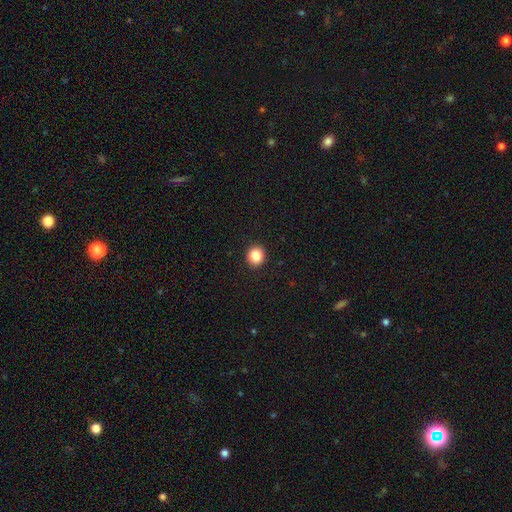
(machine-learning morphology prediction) Smooth or featured? smooth (85%)
How rounded? round (89%)
Merging? none (93%)